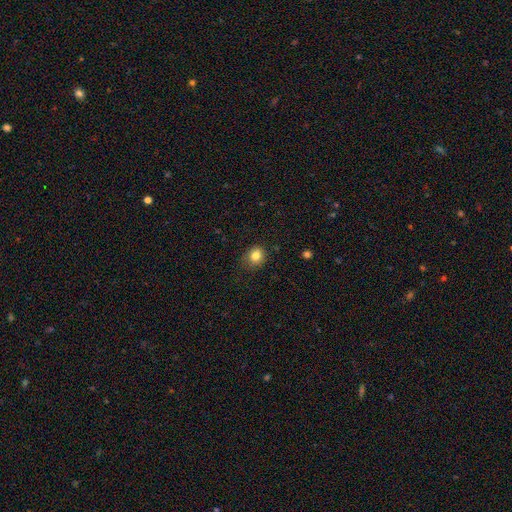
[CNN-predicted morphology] The model was most divided on "how rounded": round: 74%, in between: 25%, cigar-shaped: 1%. More confident: smooth or featured — smooth (83%); merging — none (79%).